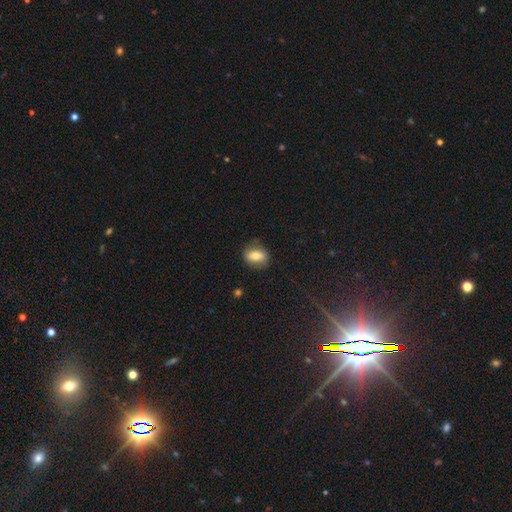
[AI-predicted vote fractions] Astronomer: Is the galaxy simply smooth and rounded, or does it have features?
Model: smooth — 70%.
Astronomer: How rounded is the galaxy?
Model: in between — 72%.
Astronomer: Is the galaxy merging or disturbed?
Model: none — 75%.